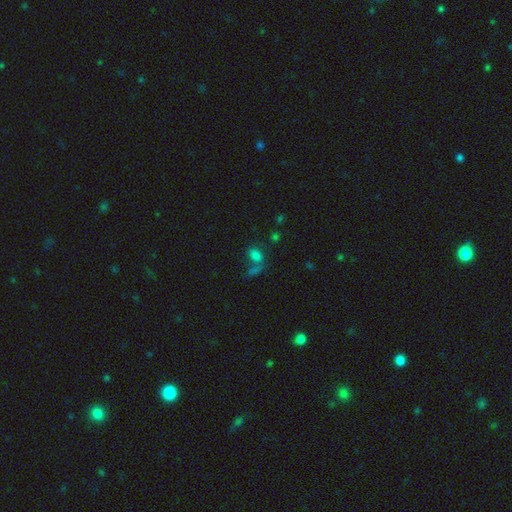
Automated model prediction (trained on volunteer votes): This is likely a smooth galaxy (74%). How rounded: clearly in between (83%). Merging: marginally none (43%).